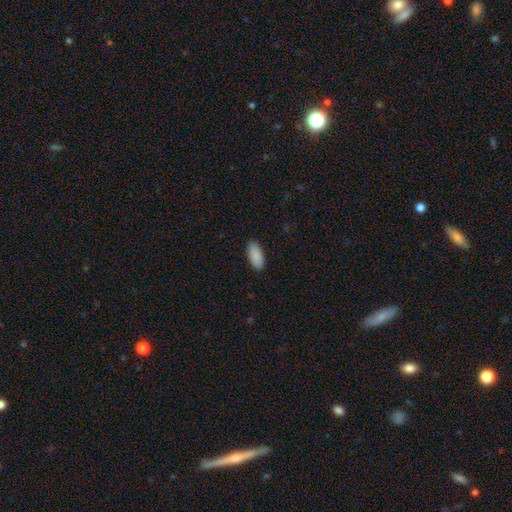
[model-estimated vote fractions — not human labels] Smooth or featured? smooth (91%)
How rounded? in between (90%)
Merging? none (89%)